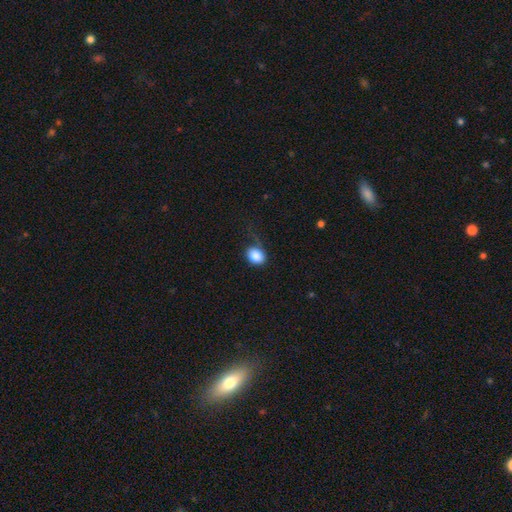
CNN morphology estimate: Smooth or featured: smooth — 87% (star or artifact — 8%)
How rounded: in between — 58% (round — 41%)
Merging: none — 55% (minor disturbance — 27%)